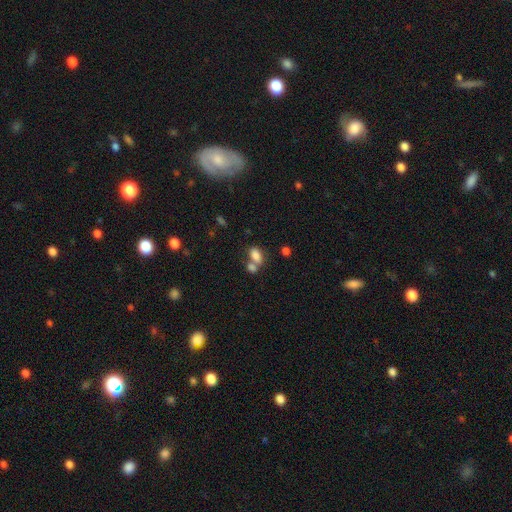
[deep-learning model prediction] smooth-or-featured: smooth: 81% | star or artifact: 10% | featured or disk: 9%
  how-rounded: in between: 88% | round: 10% | cigar-shaped: 2%
  merging: merger: 47% | none: 37% | minor disturbance: 11% | major disturbance: 5%